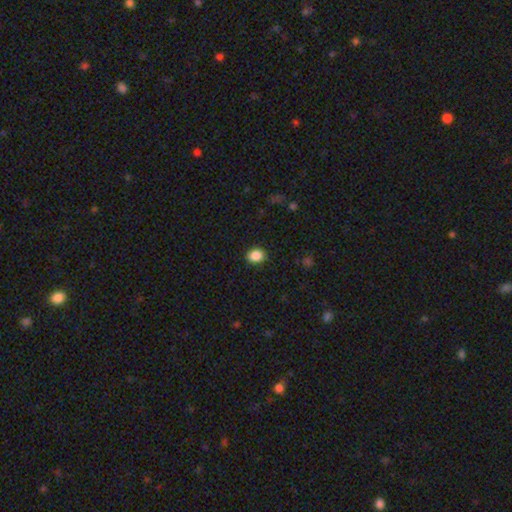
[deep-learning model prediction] A smooth galaxy with no disk features (88%) that is in between round and cigar-shaped (53%). Merging: none (90%).